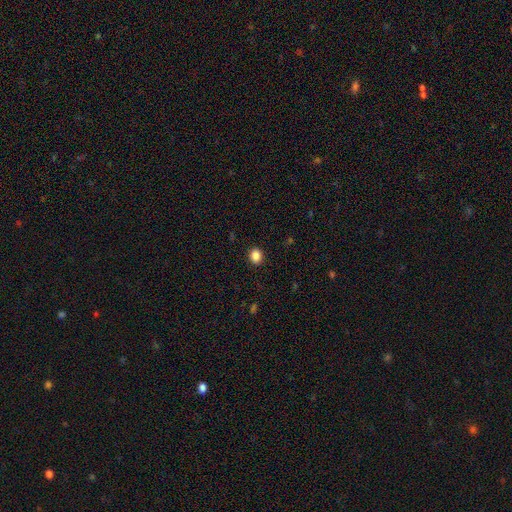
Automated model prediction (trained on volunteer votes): smooth 87%, star or artifact 10%, featured or disk 3%. Down the decision tree: how rounded — round (60%); merging — none (90%).